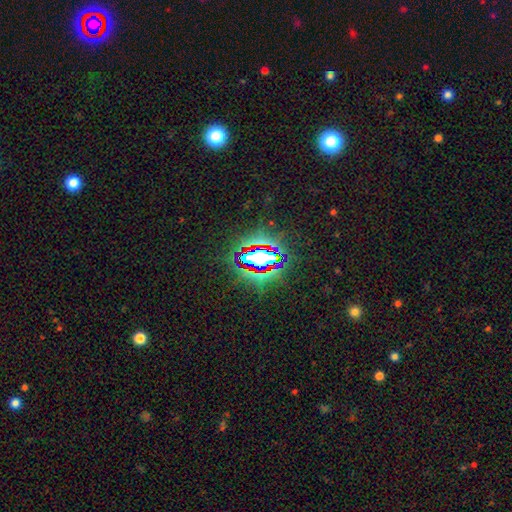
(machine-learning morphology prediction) Smooth or featured? Predicted: star or artifact (p=0.73).